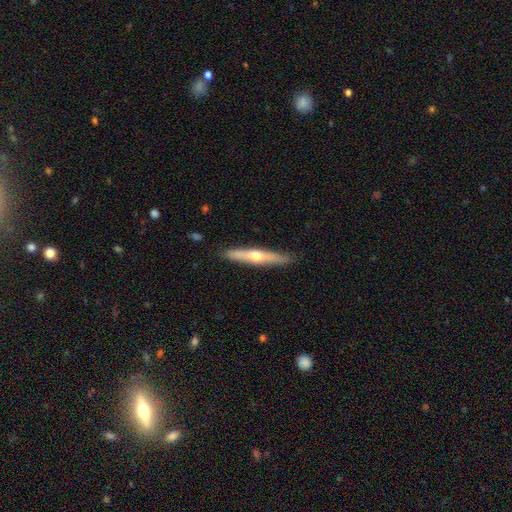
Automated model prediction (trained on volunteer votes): featured or disk 59%, smooth 35%, star or artifact 5%. Down the decision tree: edge-on disk — yes (95%); edge-on bulge — rounded (86%); merging — none (89%).